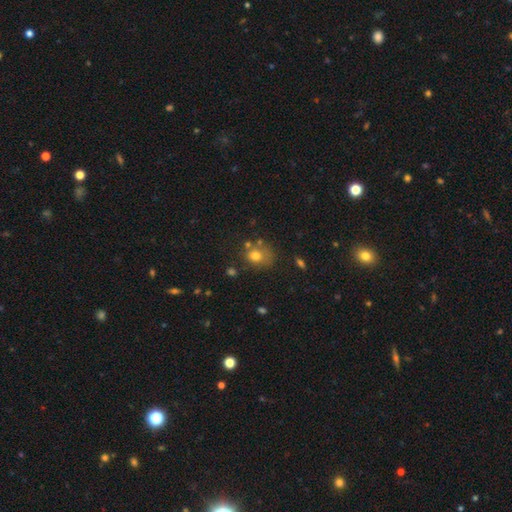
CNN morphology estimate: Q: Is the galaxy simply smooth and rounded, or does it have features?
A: smooth — 74%.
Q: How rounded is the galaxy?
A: round — 60%.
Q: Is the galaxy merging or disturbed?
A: none — 51%.